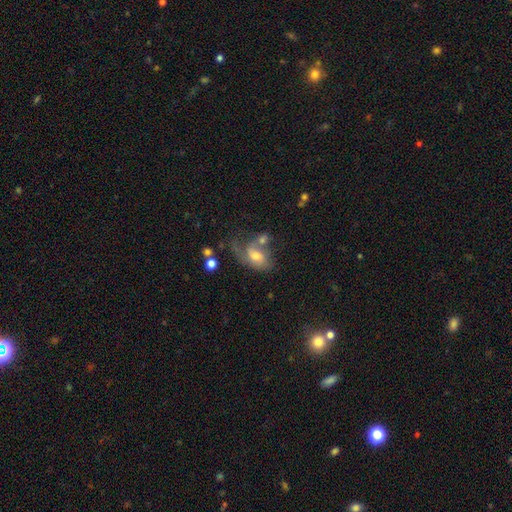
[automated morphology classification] This is possibly a featured or disk galaxy (49%). Merging: marginally merger (28%).